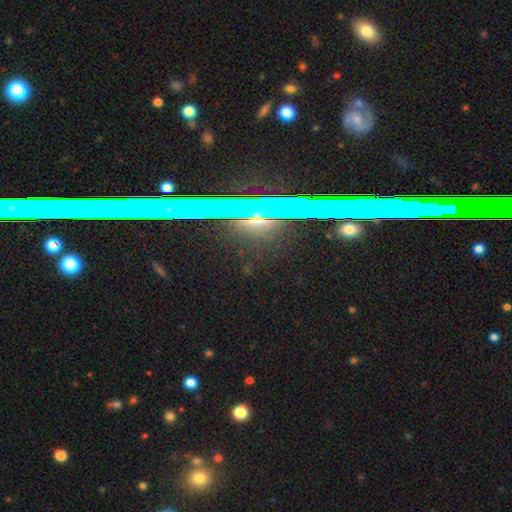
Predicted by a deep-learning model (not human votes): smooth-or-featured: star or artifact: 69% | featured or disk: 20% | smooth: 11%